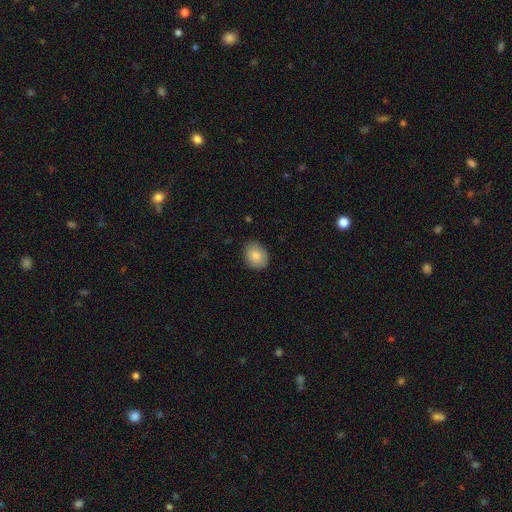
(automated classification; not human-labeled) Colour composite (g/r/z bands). It shows a smooth galaxy with no disk features (86%) that is in between round and cigar-shaped (59%). Merging: none (83%).